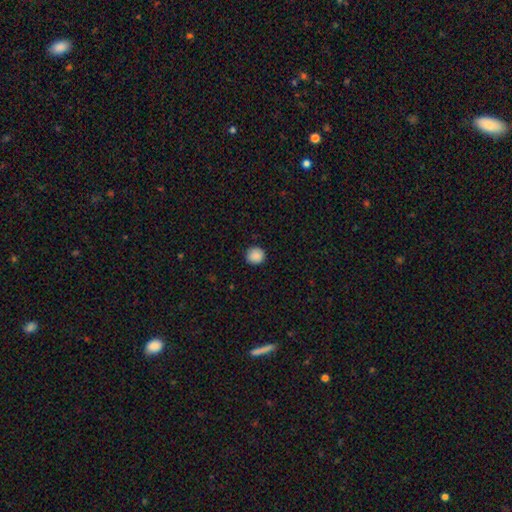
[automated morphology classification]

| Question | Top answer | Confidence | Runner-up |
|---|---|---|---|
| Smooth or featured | smooth | 88% | star or artifact (9%) |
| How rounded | round | 90% | in between (9%) |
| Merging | none | 88% | minor disturbance (9%) |